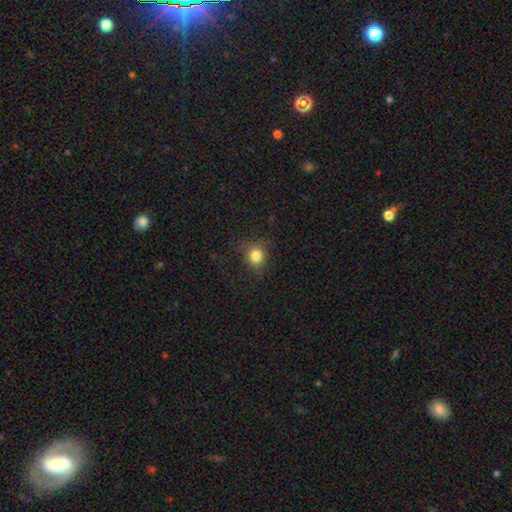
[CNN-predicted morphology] Smooth or featured: smooth — 81% (star or artifact — 13%)
How rounded: round — 82% (in between — 17%)
Merging: none — 76% (minor disturbance — 16%)